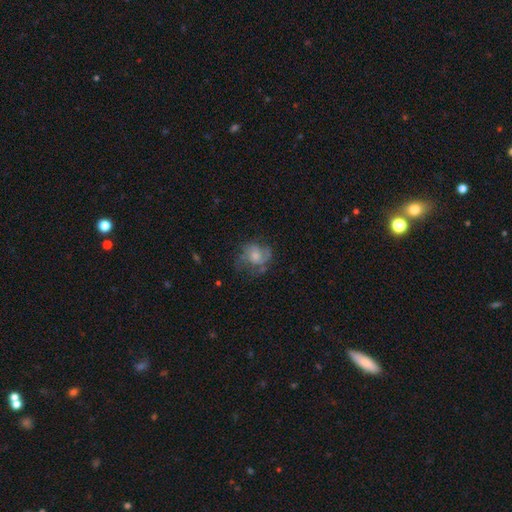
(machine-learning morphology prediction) Smooth or featured: featured or disk — 58% (smooth — 34%)
Edge-on disk: no — 98% (yes — 2%)
Bar: no — 77% (weak — 21%)
Spiral arms: yes — 79% (no — 21%)
Bulge size: moderate — 46% (small — 42%)
Merging: none — 52% (minor disturbance — 24%)